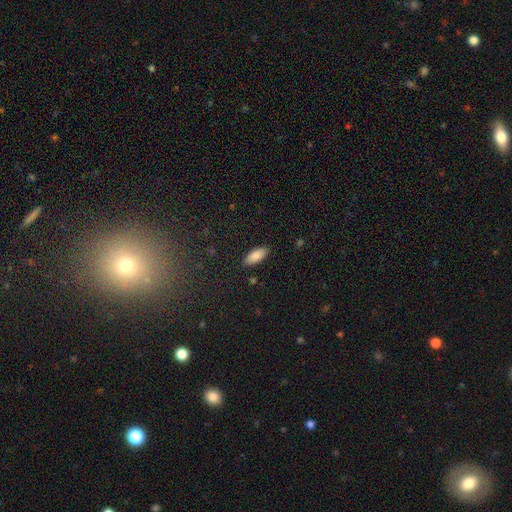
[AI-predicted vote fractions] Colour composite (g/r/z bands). It shows a smooth galaxy with no disk features (87%) that is in between round and cigar-shaped (83%). Merging: none (88%).